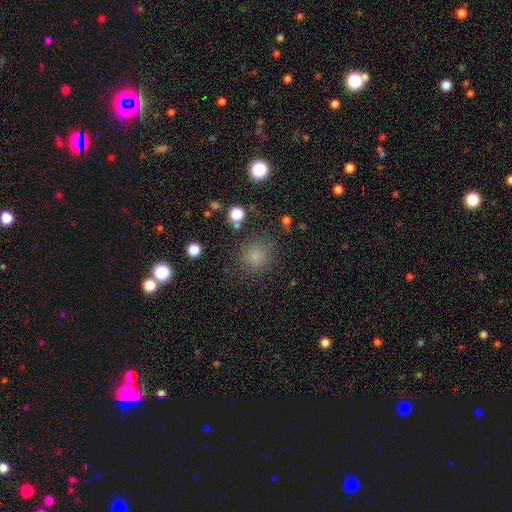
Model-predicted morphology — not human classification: Q: Smooth or featured?
A: smooth (79%); runner-up: star or artifact (15%)
Q: How rounded?
A: round (88%); runner-up: in between (11%)
Q: Merging?
A: none (82%); runner-up: minor disturbance (11%)